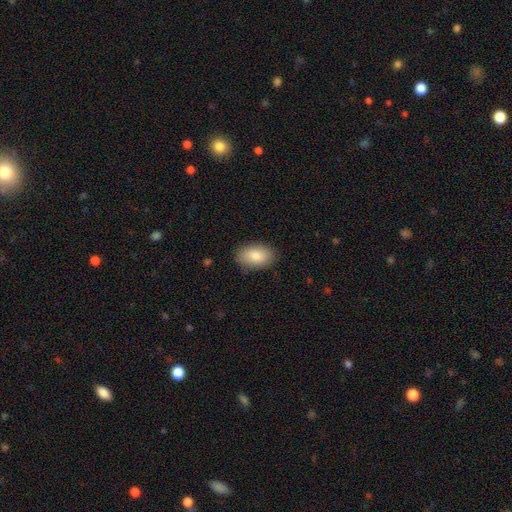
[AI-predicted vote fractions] Smooth or featured: smooth — 85% (featured or disk — 9%)
How rounded: in between — 92% (round — 7%)
Merging: none — 85% (minor disturbance — 11%)